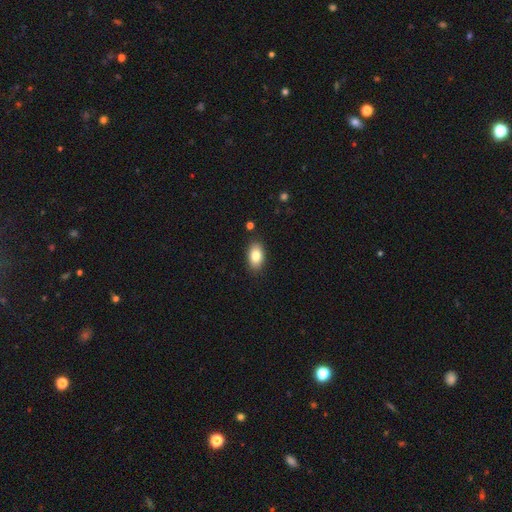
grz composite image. It shows a smooth galaxy with no disk features (83%) that is in between round and cigar-shaped (85%). Merging: none (84%).